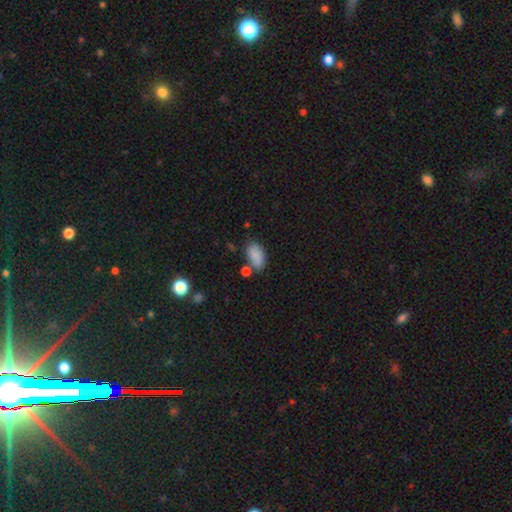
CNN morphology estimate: A smooth galaxy with no disk features (86%) that is in between round and cigar-shaped (93%). Merging: none (64%).